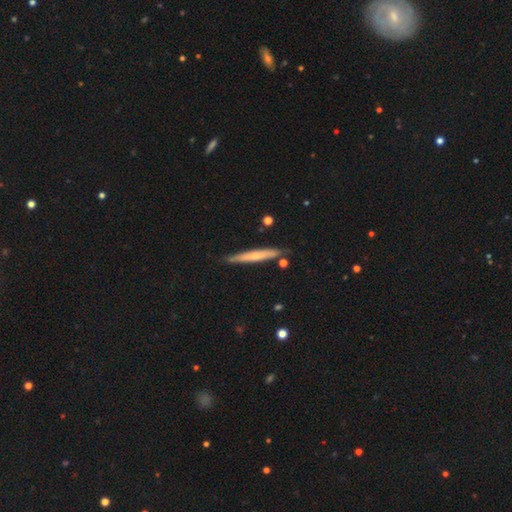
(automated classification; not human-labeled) smooth_or_featured: smooth (p=0.51) [alt: featured or disk p=0.43]
how_rounded: cigar-shaped (p=0.95) [alt: in between p=0.04]
merging: none (p=0.82) [alt: minor disturbance p=0.13]